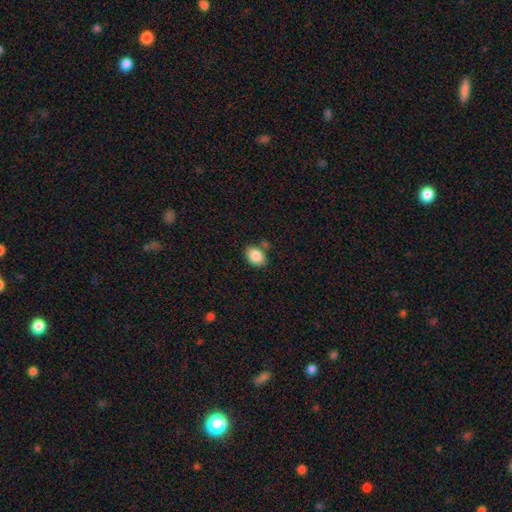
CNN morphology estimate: Smooth or featured? smooth (87%)
How rounded? in between (79%)
Merging? none (75%)